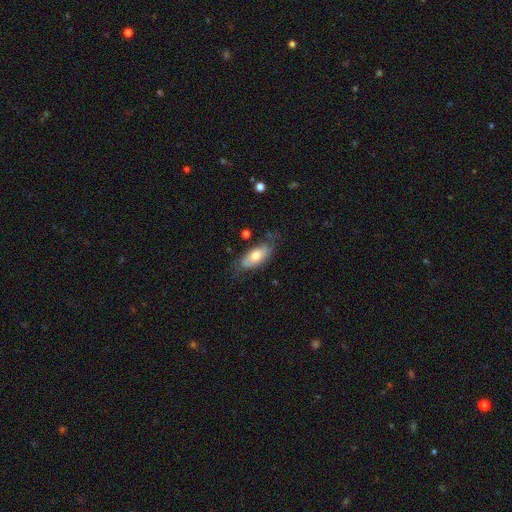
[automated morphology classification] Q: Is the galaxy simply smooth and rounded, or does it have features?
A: smooth — 59%.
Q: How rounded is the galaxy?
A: in between — 85%.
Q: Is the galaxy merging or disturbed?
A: none — 59%.